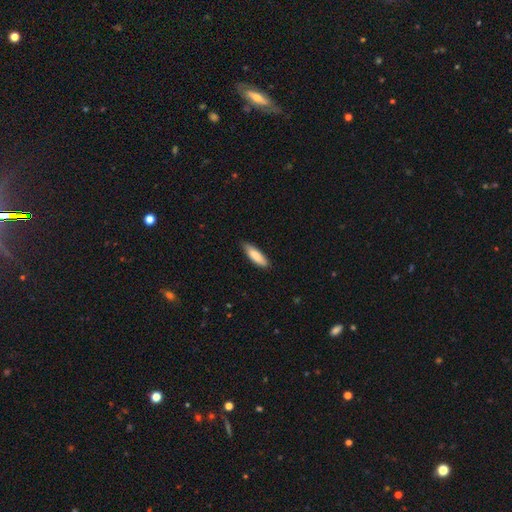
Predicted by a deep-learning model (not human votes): Overall: smooth (85%). How rounded: cigar-shaped (54%; in between 44%). Merging: none (79%).